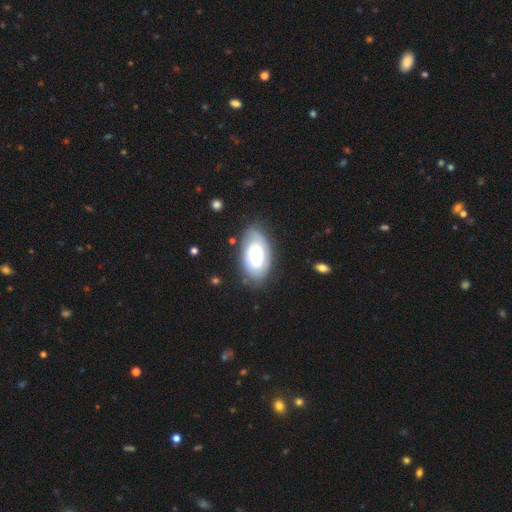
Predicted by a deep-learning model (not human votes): The model was most divided on "smooth or featured": smooth: 58%, featured or disk: 35%, star or artifact: 7%. More confident: how rounded — in between (94%); merging — none (76%).